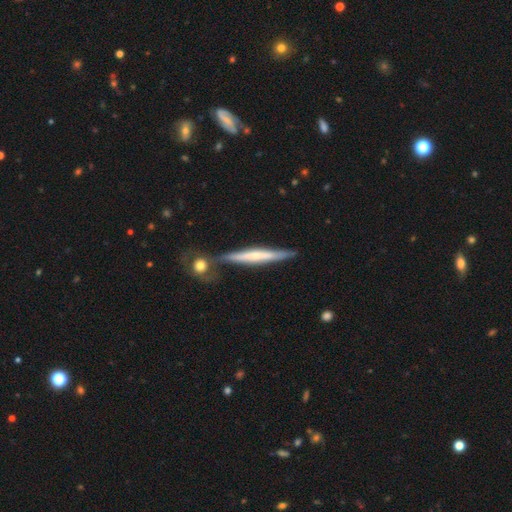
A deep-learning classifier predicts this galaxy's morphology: Smooth or featured: featured or disk — 56% (smooth — 38%)
Edge-on disk: yes — 93% (no — 7%)
Edge-on bulge: none — 46% (rounded — 42%)
Merging: none — 65% (merger — 17%)